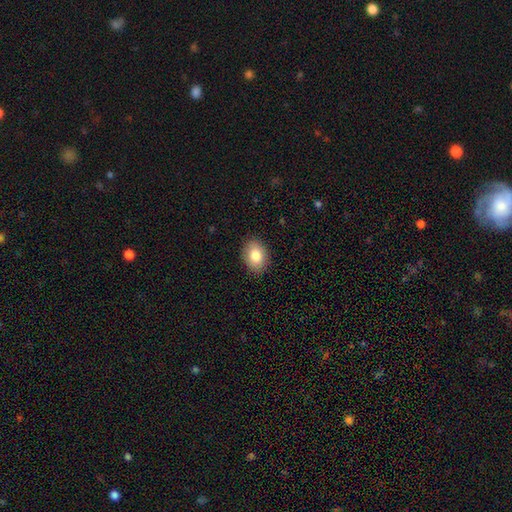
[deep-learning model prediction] Smooth or featured? Predicted: smooth (p=0.83). How rounded? Predicted: in between (p=0.80). Merging? Predicted: none (p=0.88).